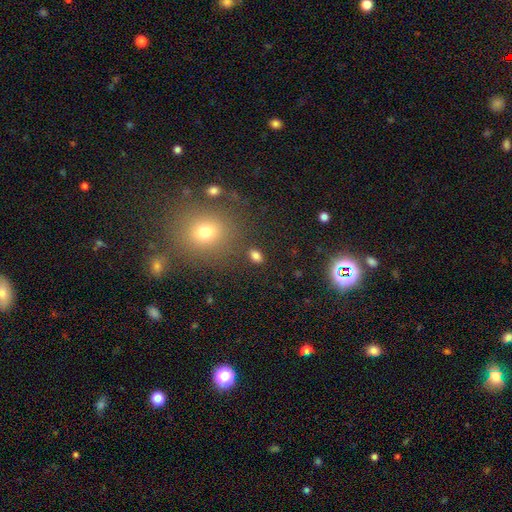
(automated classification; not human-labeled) Q: Smooth or featured?
A: smooth (80%); runner-up: star or artifact (15%)
Q: How rounded?
A: in between (80%); runner-up: round (18%)
Q: Merging?
A: none (83%); runner-up: minor disturbance (9%)